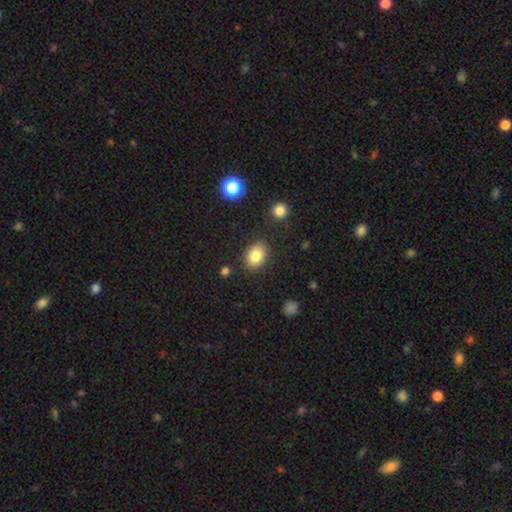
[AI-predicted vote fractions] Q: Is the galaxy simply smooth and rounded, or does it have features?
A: smooth — 83%.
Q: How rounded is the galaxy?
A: in between — 68%.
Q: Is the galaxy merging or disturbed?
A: none — 86%.